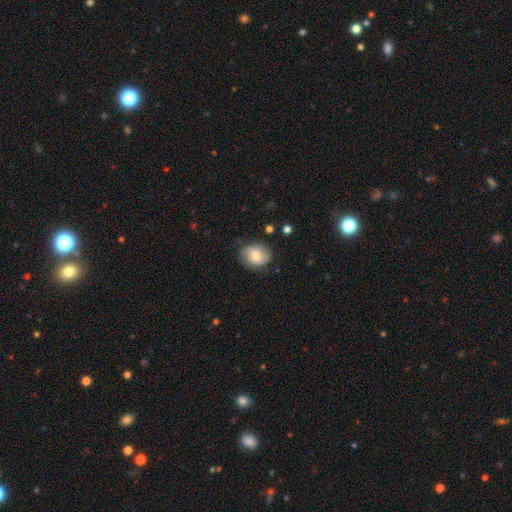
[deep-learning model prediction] This is likely a smooth galaxy (72%). How rounded: possibly round (54%). Merging: likely none (72%).